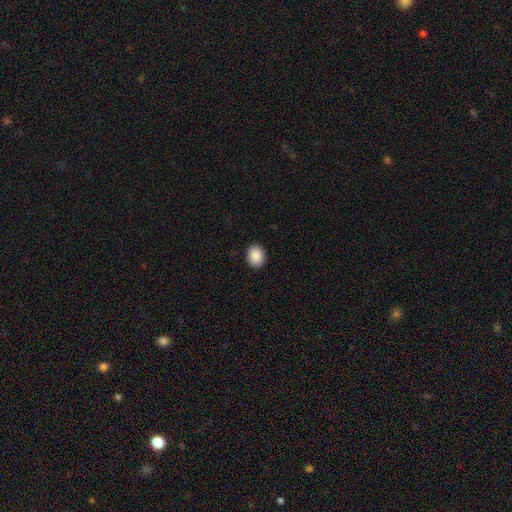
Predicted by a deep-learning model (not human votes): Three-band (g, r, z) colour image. It shows a smooth galaxy with no disk features (90%) that is round (51%). Merging: none (91%).